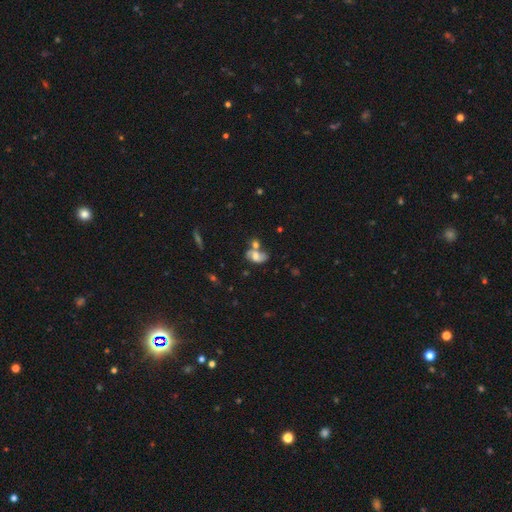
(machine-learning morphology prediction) Smooth or featured? Predicted: featured or disk (p=0.45). Merging? Predicted: merger (p=0.43).